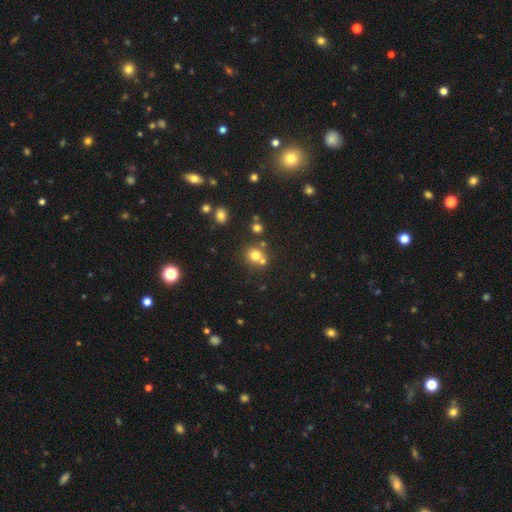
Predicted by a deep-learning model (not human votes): Smooth or featured?
  - smooth: 71% *
  - star or artifact: 18%
  - featured or disk: 11%
How rounded?
  - round: 85% *
  - in between: 14%
  - cigar-shaped: 1%
Merging?
  - none: 56% *
  - merger: 32%
  - minor disturbance: 8%
  - major disturbance: 3%